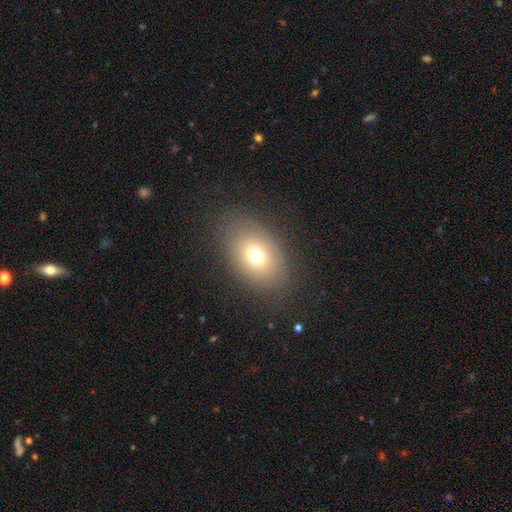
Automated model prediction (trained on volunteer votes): Smooth or featured? smooth (70%)
How rounded? in between (78%)
Merging? none (81%)